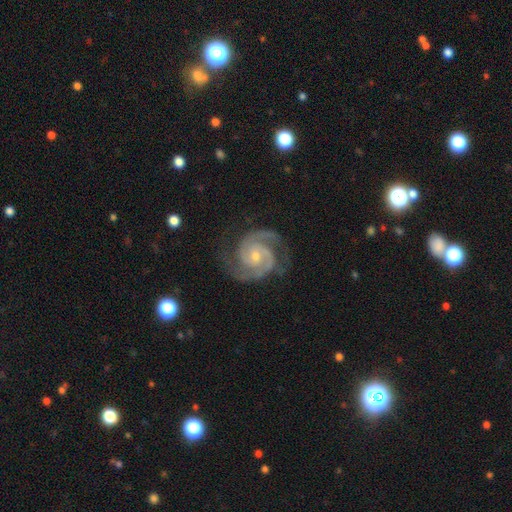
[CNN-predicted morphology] featured or disk 94%, star or artifact 4%, smooth 2%. Down the decision tree: edge-on disk — no (98%); bar — no (62%); spiral arms — yes (99%); spiral arm count — 2 (87%); spiral winding — tight (57%); bulge size — small (64%); merging — none (80%).